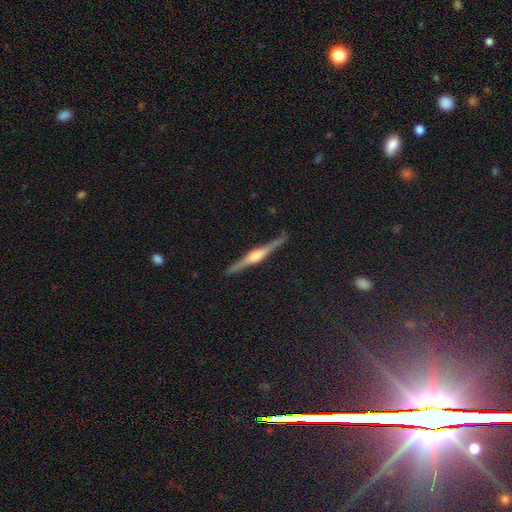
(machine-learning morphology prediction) This is clearly a featured or disk galaxy (82%). It is clearly viewed edge-on (98%). Edge-on bulge: likely rounded (80%). Merging: clearly none (88%).